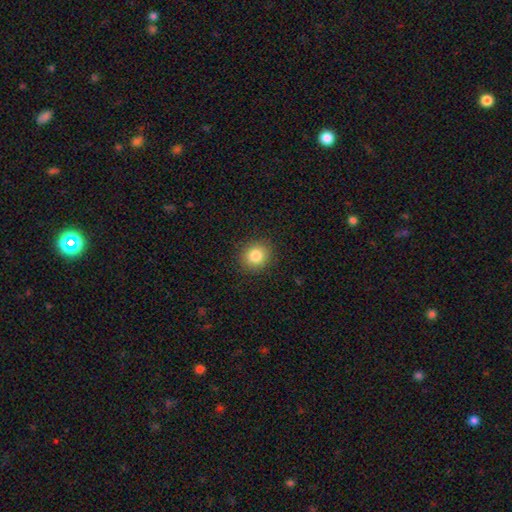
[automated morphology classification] smooth_or_featured: smooth (p=0.84) [alt: star or artifact p=0.10]
how_rounded: round (p=0.83) [alt: in between p=0.16]
merging: none (p=0.90) [alt: minor disturbance p=0.07]